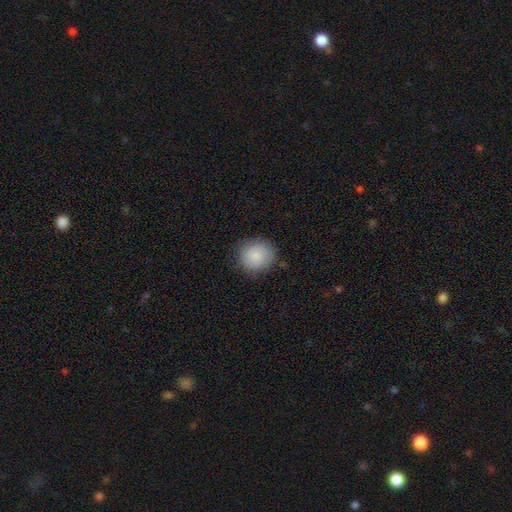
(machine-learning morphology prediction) This appears to be a smooth galaxy with no disk features (84%) that is round (86%). Merging: none (81%).